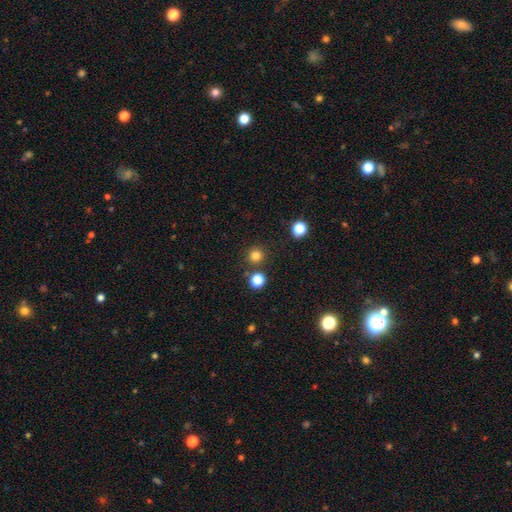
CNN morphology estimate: type=smooth (80%); roundness=round (94%); merging=none (86%).